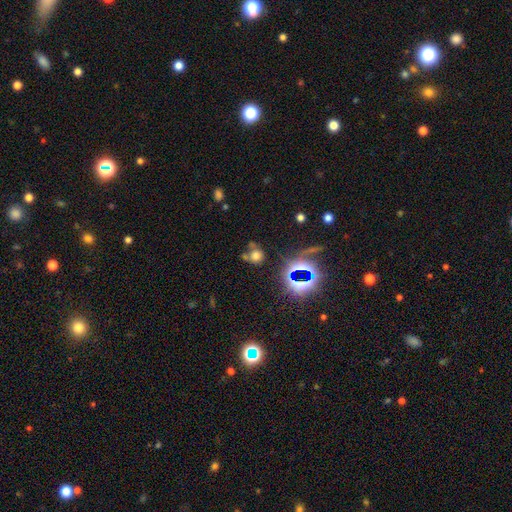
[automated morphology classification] Q: Smooth or featured?
A: smooth (57%); runner-up: star or artifact (30%)
Q: How rounded?
A: round (80%); runner-up: in between (19%)
Q: Merging?
A: none (57%); runner-up: merger (20%)